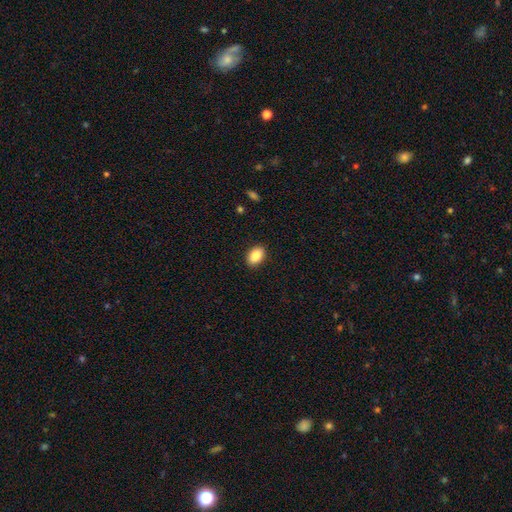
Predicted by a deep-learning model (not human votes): Overall: smooth (87%). How rounded: in between (86%). Merging: none (90%).